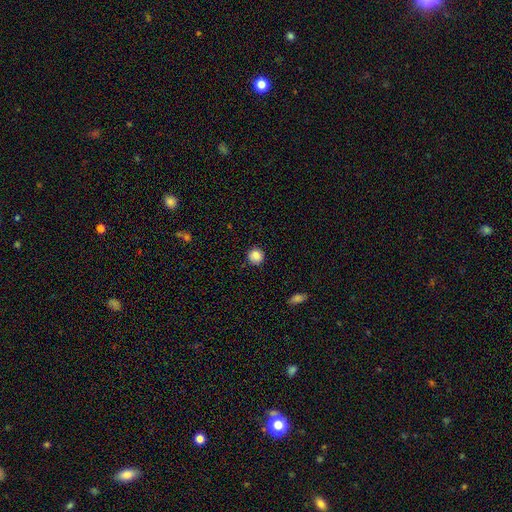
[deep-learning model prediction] smooth-or-featured: smooth: 87% | star or artifact: 10% | featured or disk: 4%
  how-rounded: round: 93% | in between: 6% | cigar-shaped: 1%
  merging: none: 88% | minor disturbance: 9% | major disturbance: 2% | merger: 1%